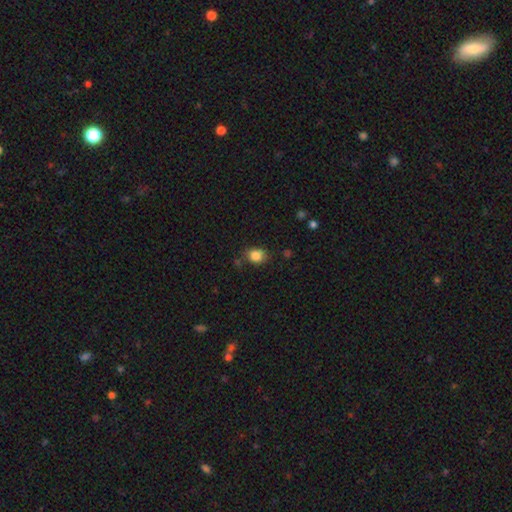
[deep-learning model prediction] This appears to be a smooth galaxy with no disk features (84%) that is round (54%). Merging: none (74%).